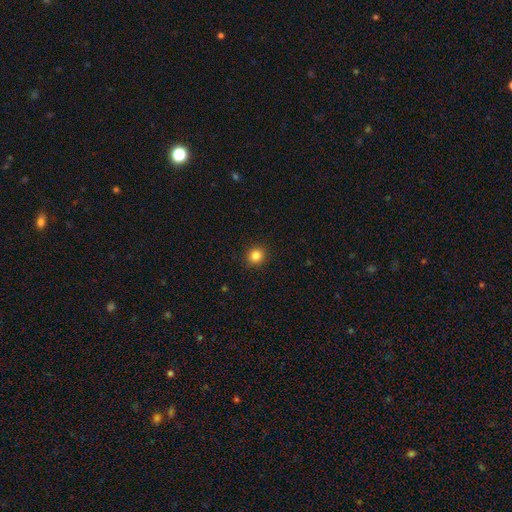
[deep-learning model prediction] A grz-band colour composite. It shows a smooth galaxy with no disk features (85%) that is round (89%). Merging: none (92%).